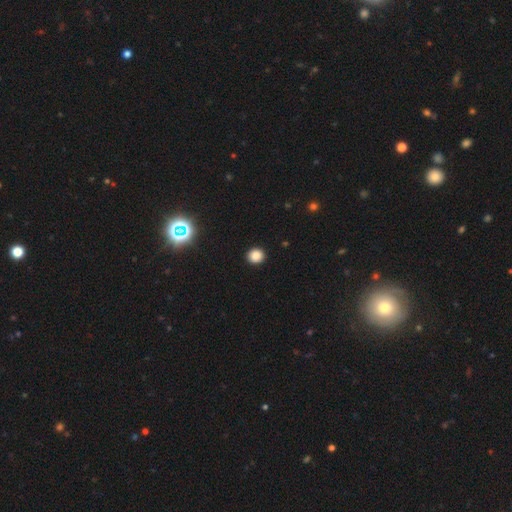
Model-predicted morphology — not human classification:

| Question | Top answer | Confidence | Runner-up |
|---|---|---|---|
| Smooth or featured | smooth | 85% | star or artifact (12%) |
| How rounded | round | 86% | in between (13%) |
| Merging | none | 92% | minor disturbance (5%) |